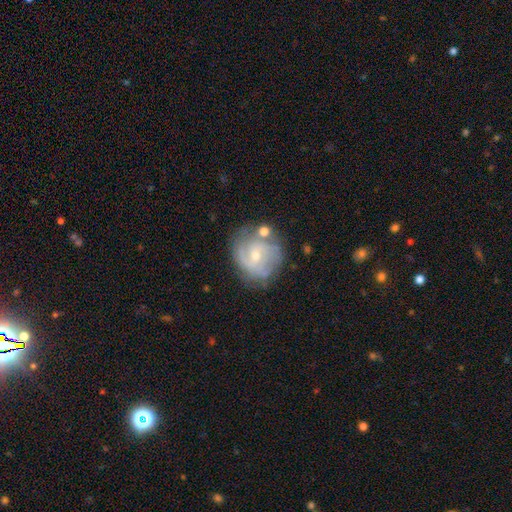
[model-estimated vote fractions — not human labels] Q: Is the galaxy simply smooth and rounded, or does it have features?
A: featured or disk — 75%.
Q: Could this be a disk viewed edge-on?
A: no — 98%.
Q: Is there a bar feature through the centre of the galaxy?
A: no — 52%.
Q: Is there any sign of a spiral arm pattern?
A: yes — 88%.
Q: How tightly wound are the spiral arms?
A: tight — 41%, tied with medium.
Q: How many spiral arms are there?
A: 2 — 40%.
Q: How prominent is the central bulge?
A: small — 63%.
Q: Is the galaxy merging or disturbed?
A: none — 62%.